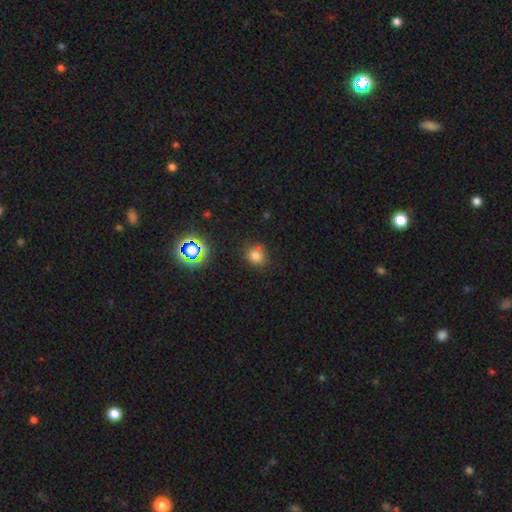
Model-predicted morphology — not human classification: The model was most divided on "smooth or featured": smooth: 74%, star or artifact: 19%, featured or disk: 7%. More confident: how rounded — round (81%); merging — none (73%).